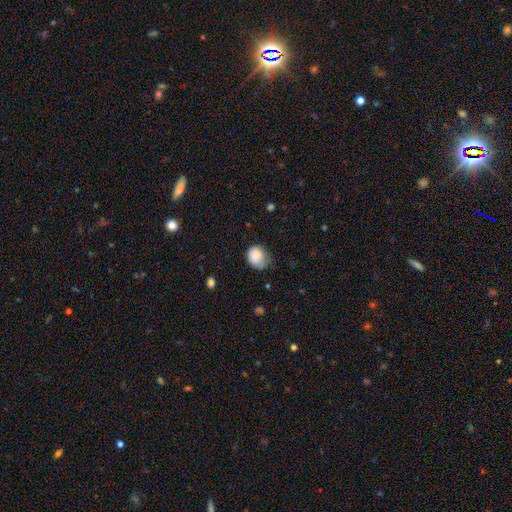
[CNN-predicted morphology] Smooth or featured? smooth (83%)
How rounded? round (59%)
Merging? none (50%)